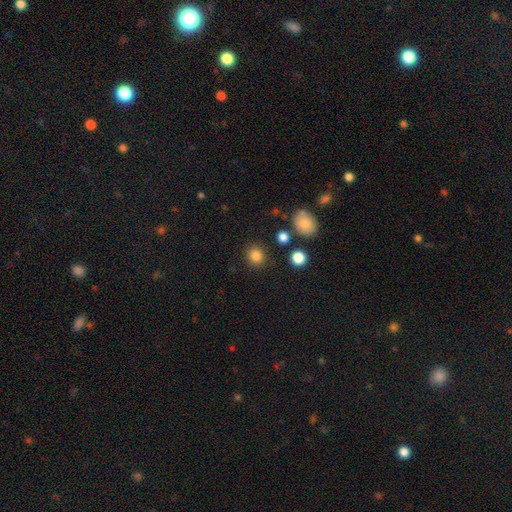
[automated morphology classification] smooth_or_featured: smooth (p=0.84) [alt: star or artifact p=0.12]
how_rounded: round (p=0.87) [alt: in between p=0.12]
merging: none (p=0.87) [alt: minor disturbance p=0.08]